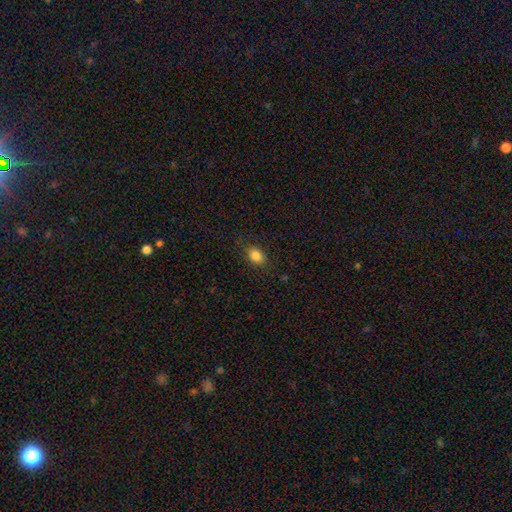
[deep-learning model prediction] Smooth or featured: smooth — 85% (star or artifact — 9%)
How rounded: in between — 82% (round — 16%)
Merging: none — 84% (minor disturbance — 12%)